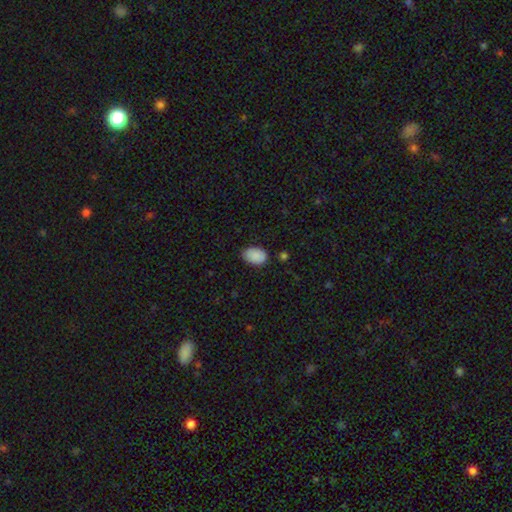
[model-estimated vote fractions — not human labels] smooth_or_featured: smooth (p=0.89) [alt: star or artifact p=0.07]
how_rounded: in between (p=0.88) [alt: round p=0.11]
merging: none (p=0.81) [alt: minor disturbance p=0.15]